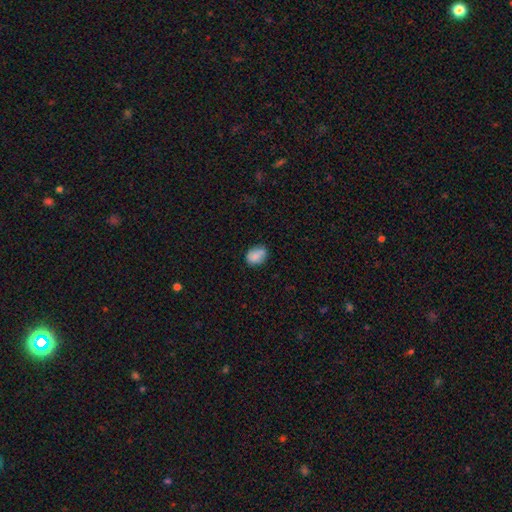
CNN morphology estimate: Overall: smooth (79%). How rounded: in between (59%; round 40%). Merging: none (62%; minor disturbance 24%).